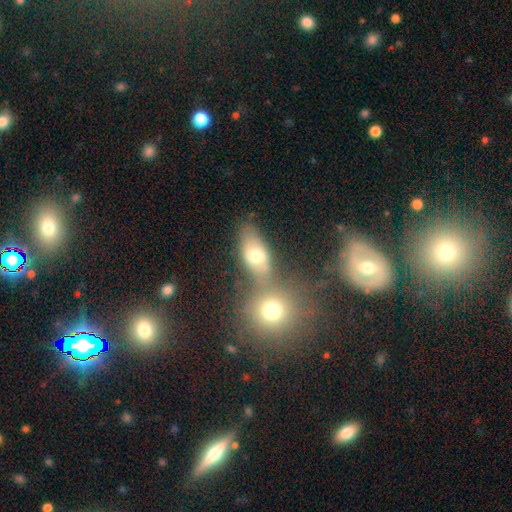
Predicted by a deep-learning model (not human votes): Smooth or featured?
  - smooth: 65% *
  - featured or disk: 23%
  - star or artifact: 12%
How rounded?
  - in between: 78% *
  - round: 16%
  - cigar-shaped: 6%
Merging?
  - none: 47% *
  - merger: 34%
  - minor disturbance: 12%
  - major disturbance: 6%